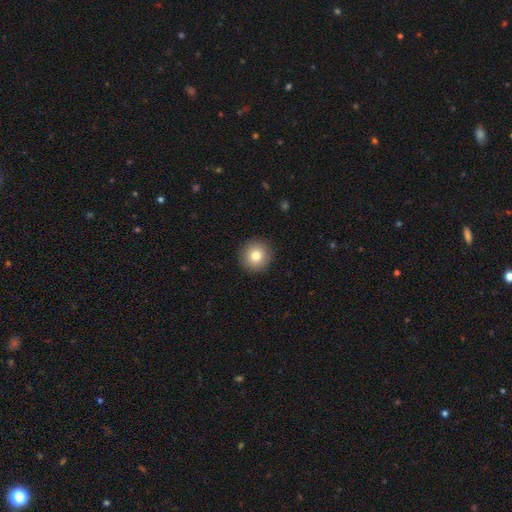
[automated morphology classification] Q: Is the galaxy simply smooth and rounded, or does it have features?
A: smooth — 81%.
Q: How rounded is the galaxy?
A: round — 95%.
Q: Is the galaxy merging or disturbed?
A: none — 92%.